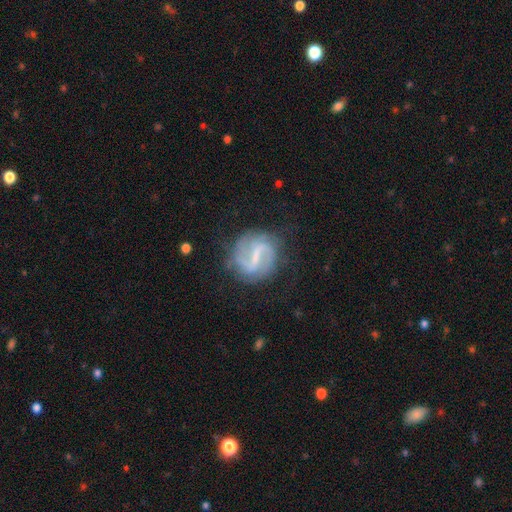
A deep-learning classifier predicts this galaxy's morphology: Smooth or featured?
  - featured or disk: 80% *
  - smooth: 13%
  - star or artifact: 7%
Edge-on disk?
  - no: 97% *
  - yes: 3%
Bar?
  - strong: 51% *
  - weak: 40%
  - no: 9%
Spiral arms?
  - yes: 91% *
  - no: 9%
Spiral winding?
  - medium: 42% *
  - loose: 40%
  - tight: 19%
Spiral arm count?
  - 2: 85% *
  - can't tell: 8%
  - 1: 3%
  - 3: 3%
  - 4: 1%
  - more than 4: 1%
Bulge size?
  - small: 51% *
  - none: 30%
  - moderate: 17%
  - large: 2%
  - dominant: 1%
Merging?
  - none: 74% *
  - minor disturbance: 16%
  - major disturbance: 8%
  - merger: 2%